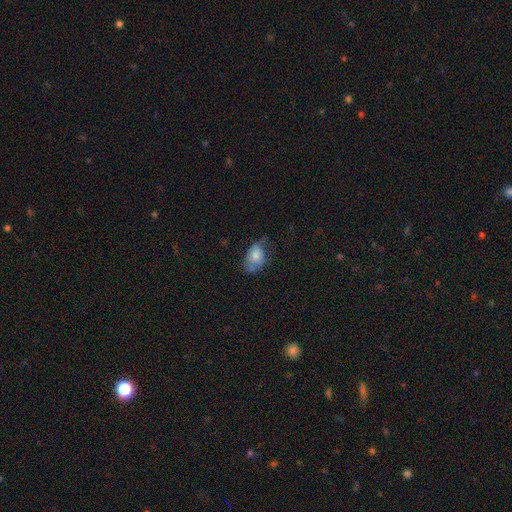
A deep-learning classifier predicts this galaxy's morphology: A smooth galaxy with no disk features (68%) that is in between round and cigar-shaped (80%). Merging: minor disturbance (37%).